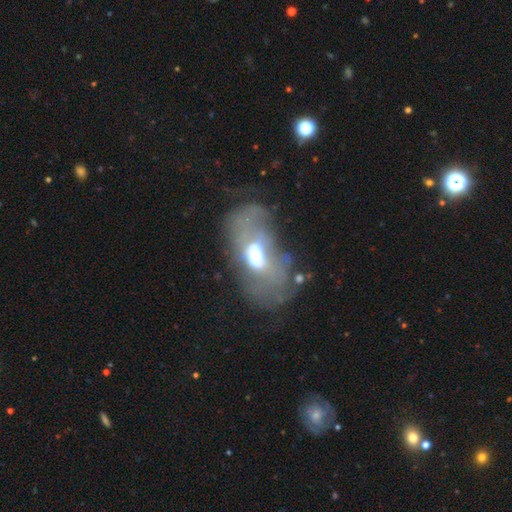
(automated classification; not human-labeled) featured or disk 55%, smooth 34%, star or artifact 12%. Down the decision tree: edge-on disk — no (91%); merging — major disturbance (42%).